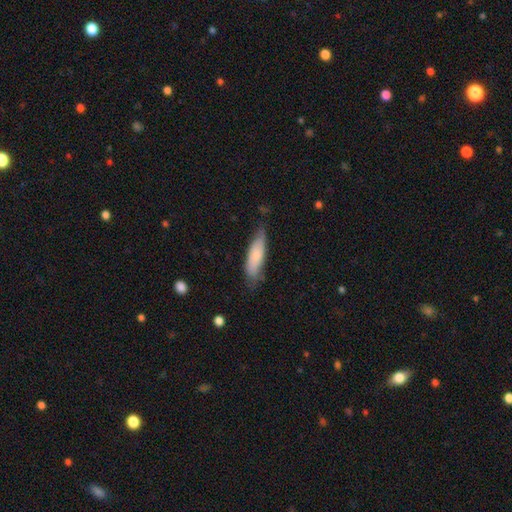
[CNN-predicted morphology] A smooth galaxy with no disk features (75%) that is cigar-shaped (53%).

Vote fractions:
- Smooth or featured? smooth: 75% / featured or disk: 20% / star or artifact: 6%
- How rounded? cigar-shaped: 53% / in between: 46% / round: 2%
- Merging? none: 64% / minor disturbance: 29% / major disturbance: 6% / merger: 2%